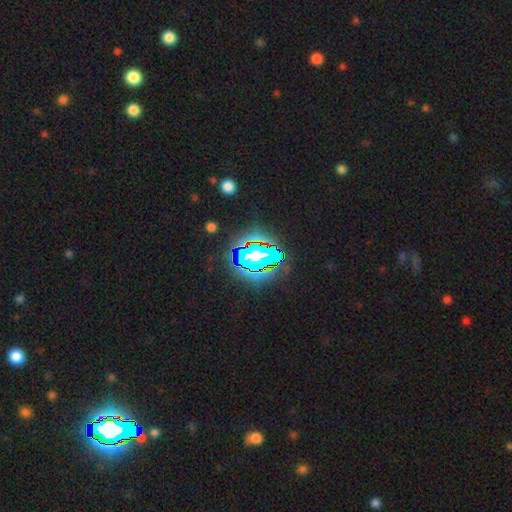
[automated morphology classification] A star or artifact, not a galaxy (60%).